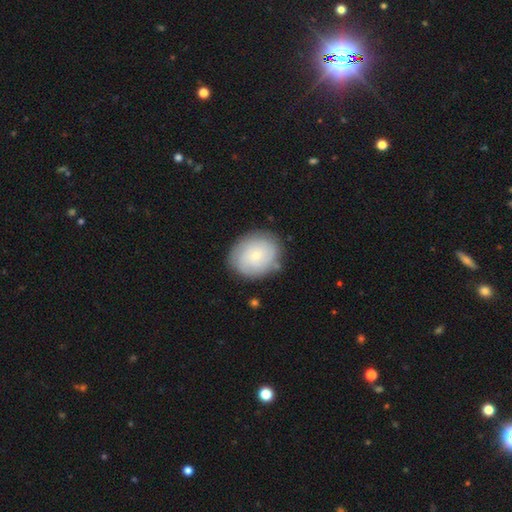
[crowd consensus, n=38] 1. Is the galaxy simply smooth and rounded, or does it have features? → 66% smooth, 34% featured or disk, 0% star or artifact.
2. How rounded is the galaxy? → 76% round, 24% in between, 0% cigar-shaped.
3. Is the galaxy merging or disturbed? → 76% none, 13% minor disturbance, 8% major disturbance, 3% merger.